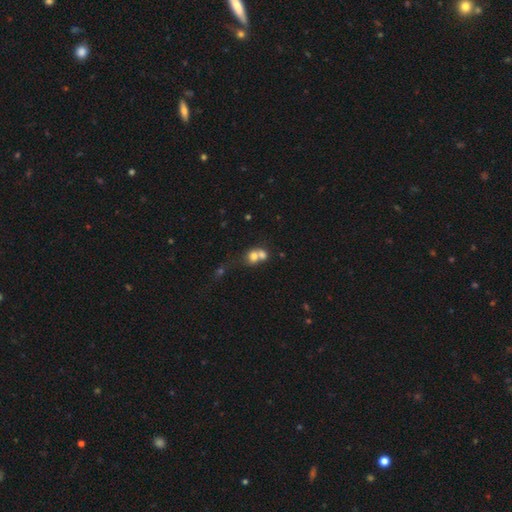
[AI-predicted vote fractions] Smooth or featured: smooth — 69% (featured or disk — 19%)
How rounded: round — 64% (in between — 35%)
Merging: merger — 70% (none — 20%)